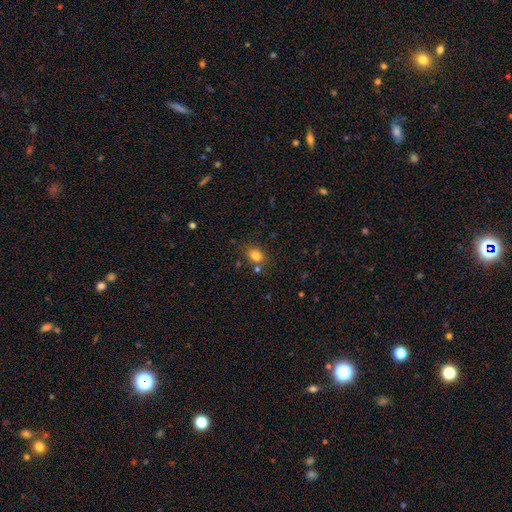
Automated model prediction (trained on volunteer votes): This appears to be a smooth galaxy with no disk features (81%) that is round (57%). Merging: none (72%).